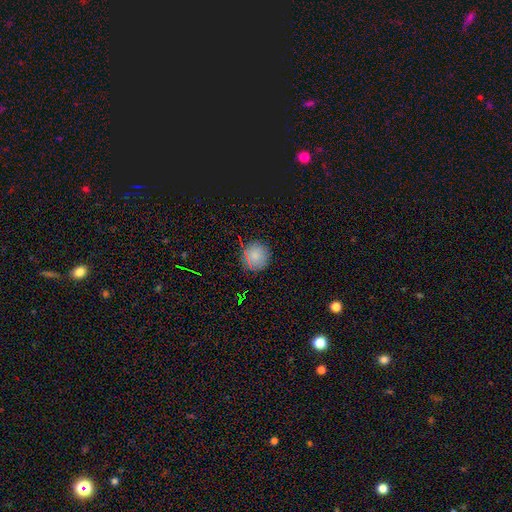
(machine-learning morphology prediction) A smooth galaxy with no disk features (75%) that is round (93%).

Vote fractions:
- Smooth or featured? smooth: 75% / star or artifact: 18% / featured or disk: 7%
- How rounded? round: 93% / in between: 6% / cigar-shaped: 1%
- Merging? none: 87% / minor disturbance: 9% / major disturbance: 2% / merger: 1%